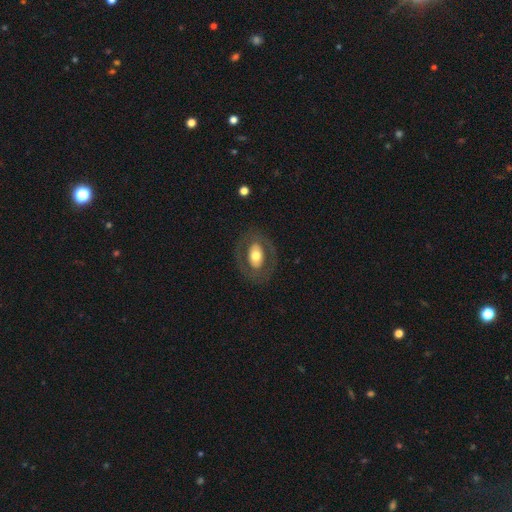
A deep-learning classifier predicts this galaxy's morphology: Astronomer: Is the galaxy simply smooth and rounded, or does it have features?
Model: featured or disk — 47%, tied with smooth at 47%.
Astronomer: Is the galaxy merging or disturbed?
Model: none — 79%.